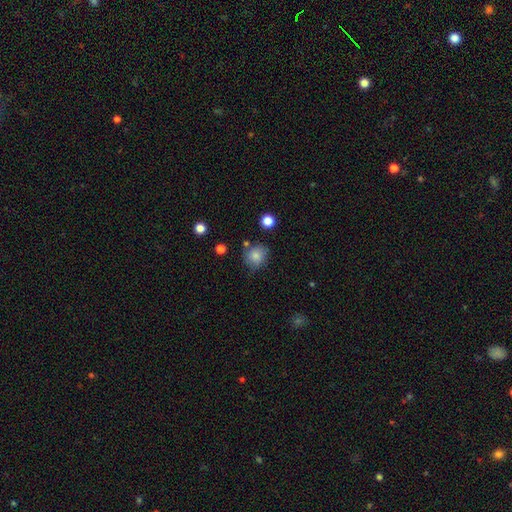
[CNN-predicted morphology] smooth-or-featured: smooth: 82% | star or artifact: 10% | featured or disk: 8%
  how-rounded: round: 77% | in between: 22% | cigar-shaped: 1%
  merging: none: 70% | minor disturbance: 20% | merger: 5% | major disturbance: 5%